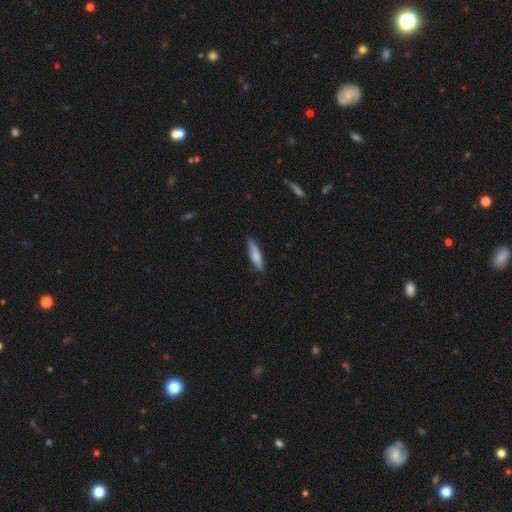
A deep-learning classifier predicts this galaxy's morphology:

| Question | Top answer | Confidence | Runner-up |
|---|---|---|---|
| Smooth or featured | smooth | 71% | featured or disk (24%) |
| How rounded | cigar-shaped | 71% | in between (27%) |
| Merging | none | 80% | minor disturbance (16%) |